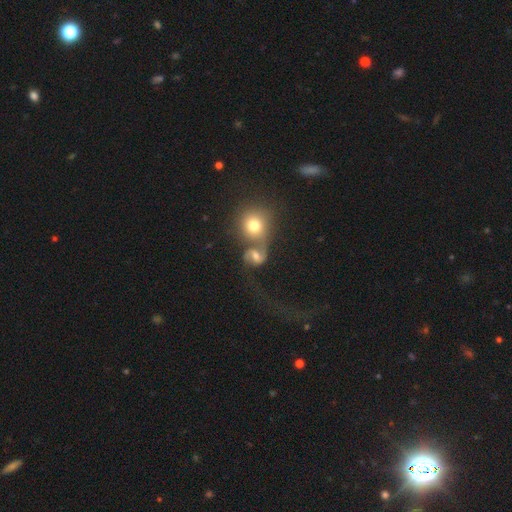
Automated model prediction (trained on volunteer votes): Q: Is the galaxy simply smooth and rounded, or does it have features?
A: featured or disk — 62%.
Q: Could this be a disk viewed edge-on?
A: no — 97%.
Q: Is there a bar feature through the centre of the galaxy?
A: weak — 43%.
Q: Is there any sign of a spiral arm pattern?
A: yes — 86%.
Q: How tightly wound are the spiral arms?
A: loose — 47%.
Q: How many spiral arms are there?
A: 2 — 86%.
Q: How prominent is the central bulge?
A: moderate — 60%.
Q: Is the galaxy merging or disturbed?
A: merger — 43%.